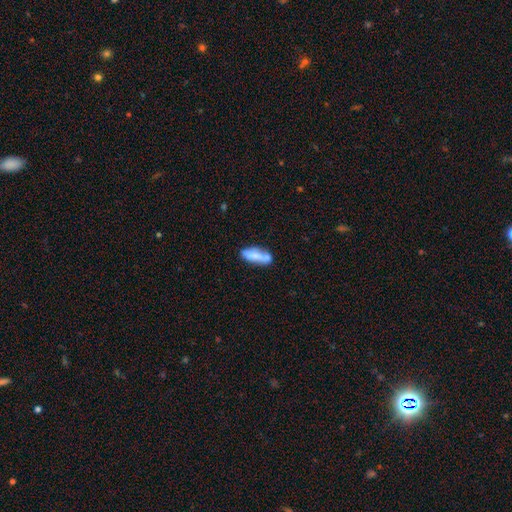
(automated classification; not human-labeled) A smooth galaxy with no disk features (70%) that is in between round and cigar-shaped (57%).

Vote fractions:
- Smooth or featured? smooth: 70% / featured or disk: 23% / star or artifact: 7%
- How rounded? in between: 57% / cigar-shaped: 41% / round: 2%
- Merging? none: 56% / minor disturbance: 23% / merger: 14% / major disturbance: 7%